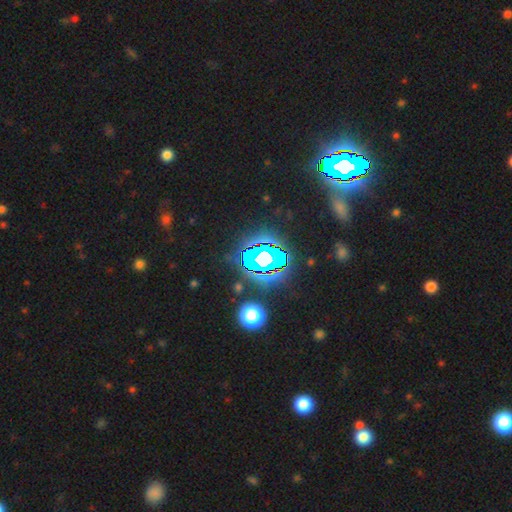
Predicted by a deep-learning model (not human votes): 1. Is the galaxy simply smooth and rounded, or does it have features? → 81% star or artifact, 12% smooth, 8% featured or disk.